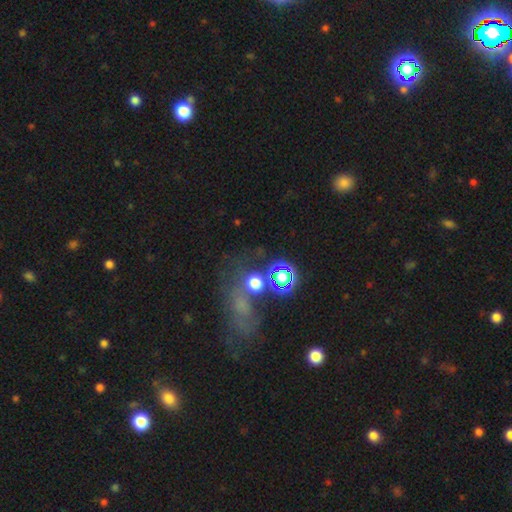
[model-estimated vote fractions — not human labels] This appears to be a star or artifact, not a galaxy (53%).